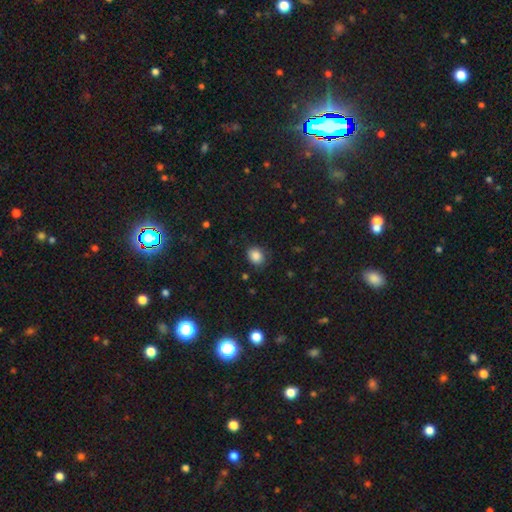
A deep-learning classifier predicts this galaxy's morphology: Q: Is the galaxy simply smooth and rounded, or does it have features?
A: smooth — 86%.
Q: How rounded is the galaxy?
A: round — 59%.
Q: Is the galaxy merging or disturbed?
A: none — 78%.